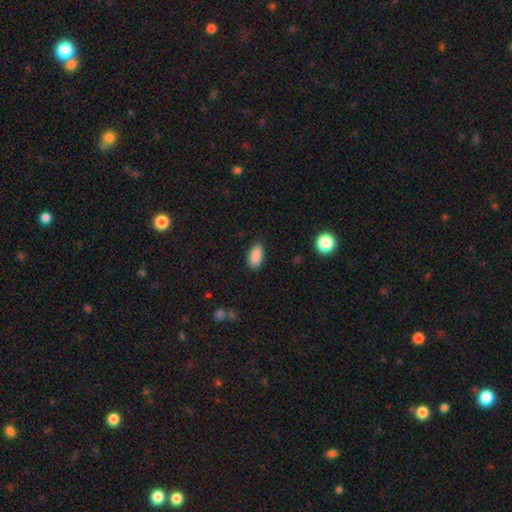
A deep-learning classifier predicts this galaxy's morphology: type=smooth (88%); roundness=in between (91%); merging=none (84%).